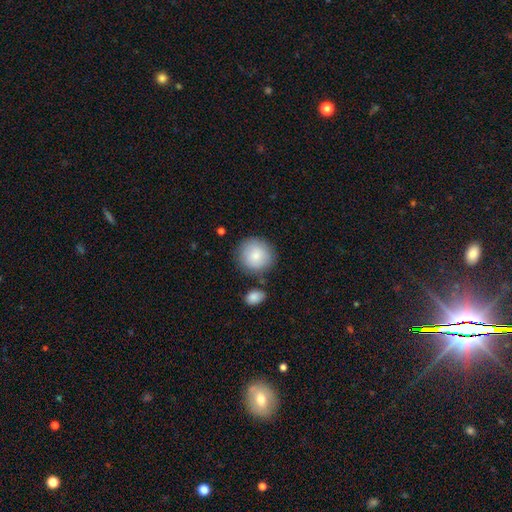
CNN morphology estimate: smooth-or-featured: smooth: 84% | featured or disk: 9% | star or artifact: 7%
  how-rounded: round: 91% | in between: 8% | cigar-shaped: 1%
  merging: none: 77% | minor disturbance: 13% | merger: 6% | major disturbance: 4%